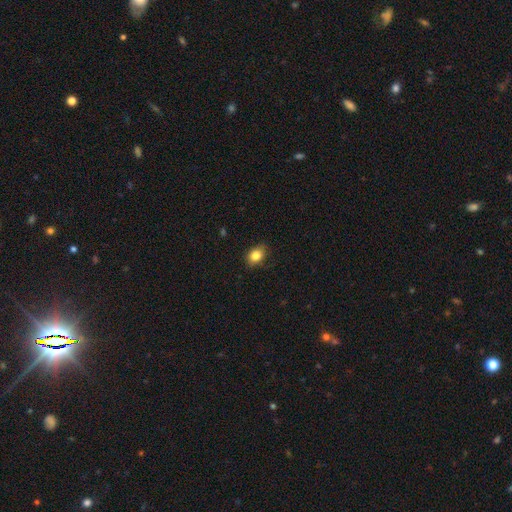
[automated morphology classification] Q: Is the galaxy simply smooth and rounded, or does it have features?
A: smooth — 83%.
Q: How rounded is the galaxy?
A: in between — 69%.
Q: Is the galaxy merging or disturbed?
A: none — 81%.